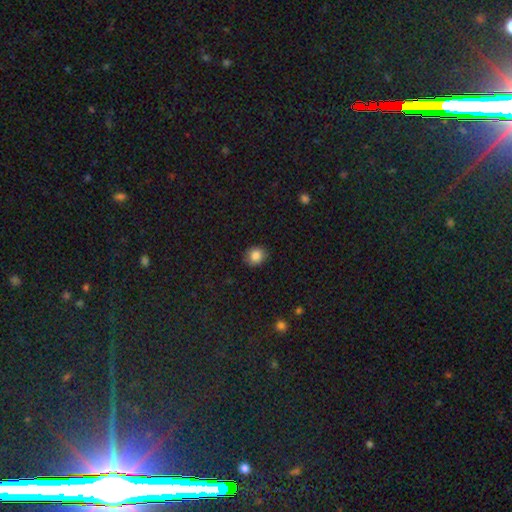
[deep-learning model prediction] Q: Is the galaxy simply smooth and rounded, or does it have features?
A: smooth — 85%.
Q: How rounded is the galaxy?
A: round — 80%.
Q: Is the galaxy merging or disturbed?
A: none — 88%.